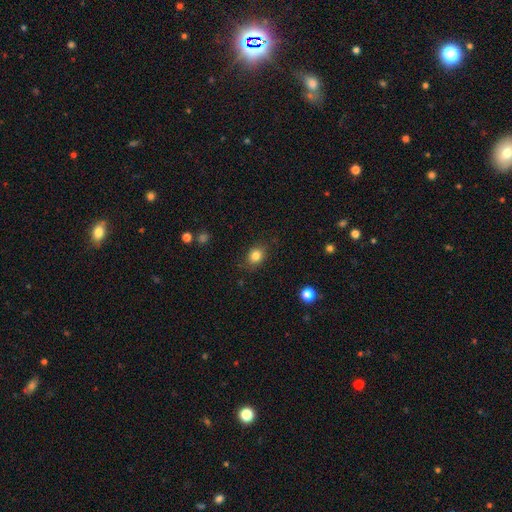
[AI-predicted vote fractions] Q: Smooth or featured?
A: smooth (84%); runner-up: star or artifact (11%)
Q: How rounded?
A: round (53%); runner-up: in between (46%)
Q: Merging?
A: none (83%); runner-up: minor disturbance (13%)